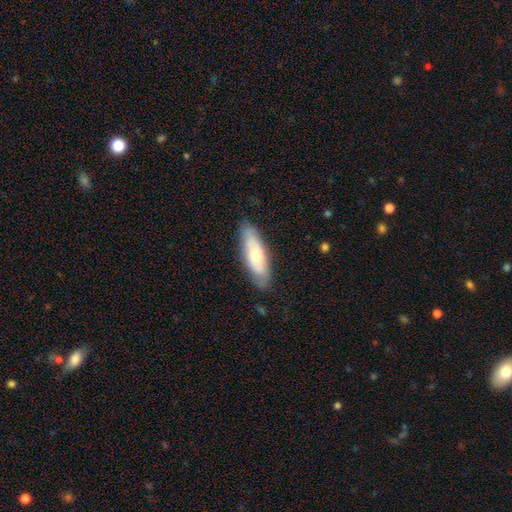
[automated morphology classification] smooth_or_featured: smooth (p=0.55) [alt: featured or disk p=0.40]
how_rounded: in between (p=0.57) [alt: cigar-shaped p=0.41]
merging: none (p=0.80) [alt: minor disturbance p=0.15]